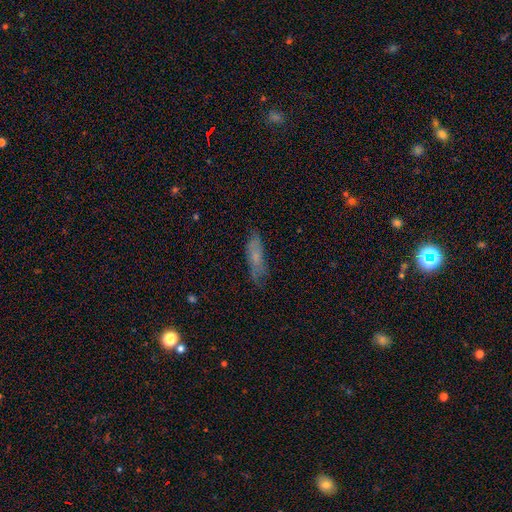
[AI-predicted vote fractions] The model was most divided on "how rounded": cigar-shaped: 60%, in between: 38%, round: 2%. More confident: merging — none (73%); smooth or featured — smooth (58%).